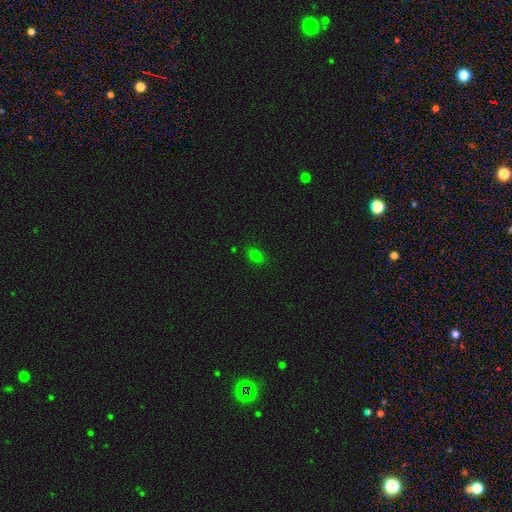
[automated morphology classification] Q: Smooth or featured?
A: smooth (74%); runner-up: star or artifact (19%)
Q: How rounded?
A: in between (71%); runner-up: round (27%)
Q: Merging?
A: none (83%); runner-up: minor disturbance (12%)